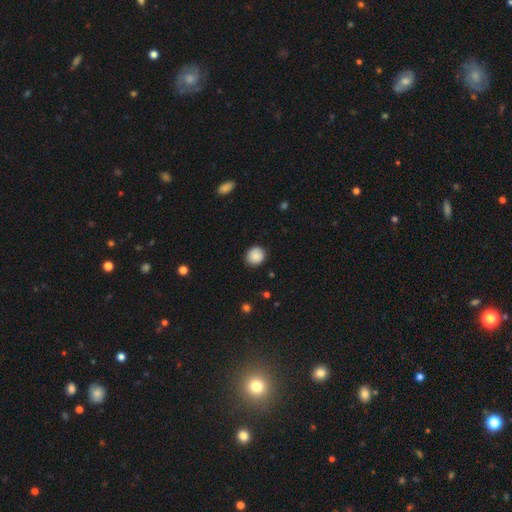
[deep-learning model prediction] A smooth galaxy with no disk features (87%) that is round (84%). Merging: none (87%).